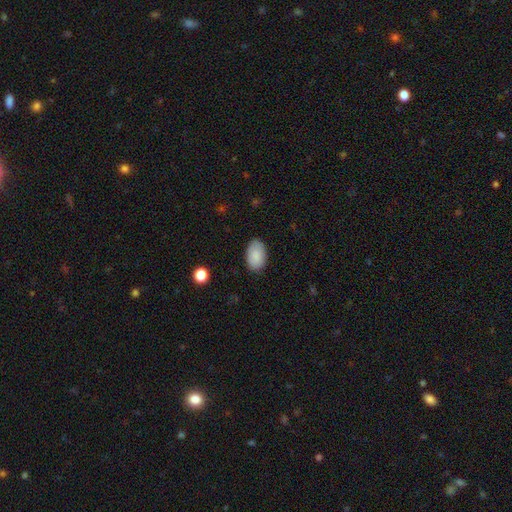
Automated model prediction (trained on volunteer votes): smooth-or-featured: smooth: 88% | star or artifact: 7% | featured or disk: 6%
  how-rounded: in between: 92% | round: 7% | cigar-shaped: 1%
  merging: none: 84% | minor disturbance: 12% | major disturbance: 3% | merger: 1%